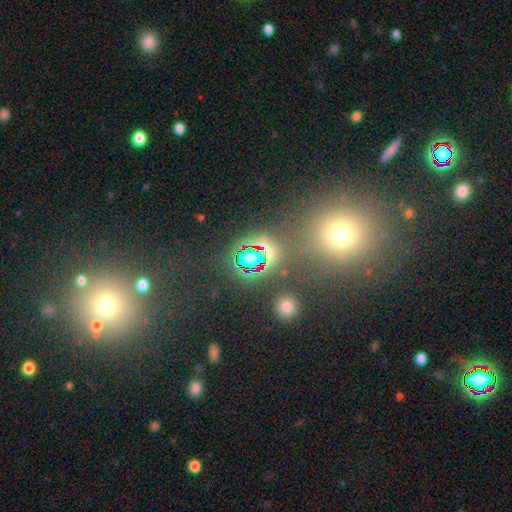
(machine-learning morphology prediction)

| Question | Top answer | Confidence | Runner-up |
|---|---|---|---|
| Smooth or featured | star or artifact | 67% | smooth (23%) |